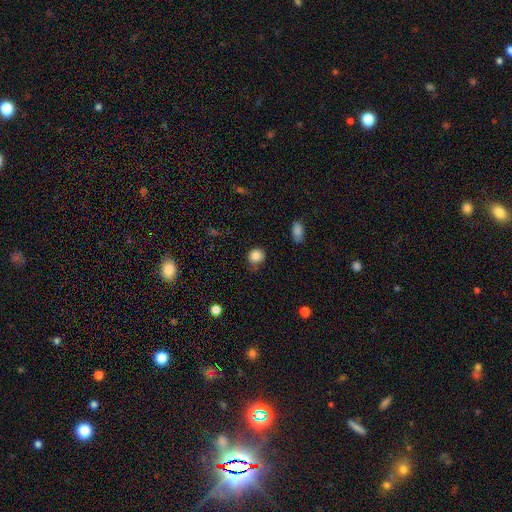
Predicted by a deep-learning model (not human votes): Smooth or featured? smooth (83%)
How rounded? round (84%)
Merging? none (71%)